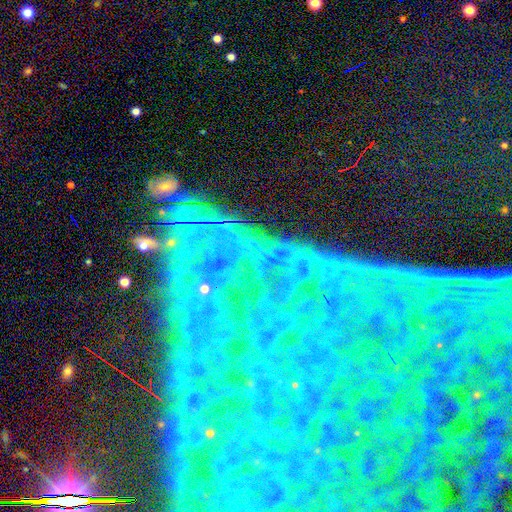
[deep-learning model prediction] The model was most divided on "smooth or featured": star or artifact: 82%, featured or disk: 10%, smooth: 8%.